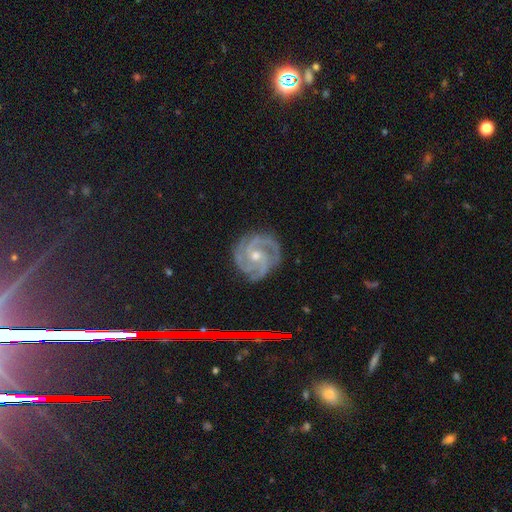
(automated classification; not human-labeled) smooth-or-featured: featured or disk: 90% | star or artifact: 6% | smooth: 4%
  disk-edge-on: no: 98% | yes: 2%
    bar: no: 62% | weak: 28% | strong: 10%
    has-spiral-arms: yes: 99% | no: 1%
      spiral-winding: tight: 62% | medium: 34% | loose: 4%
      spiral-arm-count: 3: 54% | 2: 16% | 4: 14% | can't tell: 7% | more than 4: 5% | 1: 5%
    bulge-size: small: 54% | moderate: 43% | large: 1% | none: 1% | dominant: 1%
  merging: none: 81% | minor disturbance: 14% | major disturbance: 4% | merger: 1%